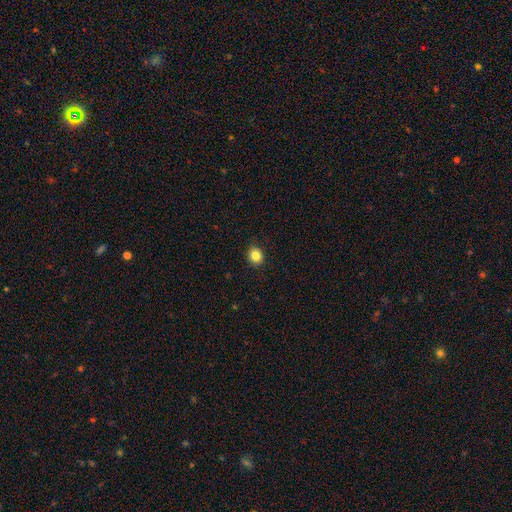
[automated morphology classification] Overall: smooth (84%). How rounded: round (75%). Merging: none (88%).